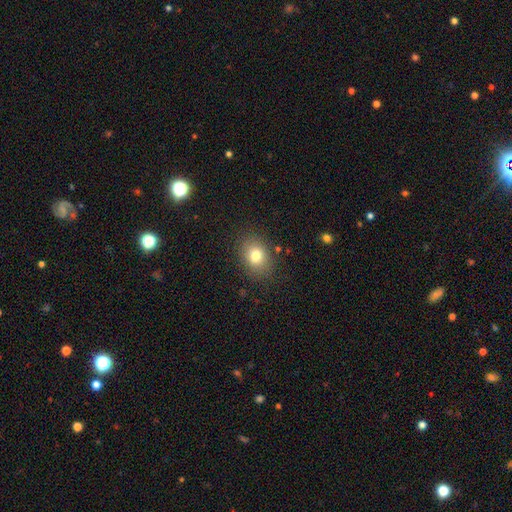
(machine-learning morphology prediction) A smooth galaxy with no disk features (79%) that is in between round and cigar-shaped (56%). Merging: none (84%).